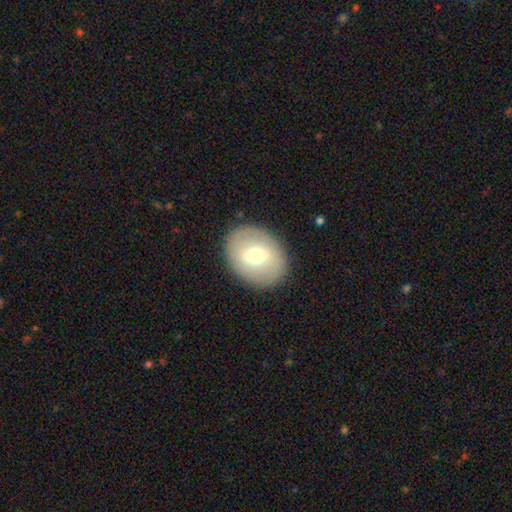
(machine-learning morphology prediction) smooth_or_featured: smooth (p=0.56) [alt: featured or disk p=0.36]
how_rounded: in between (p=0.52) [alt: round p=0.47]
merging: none (p=0.88) [alt: minor disturbance p=0.08]